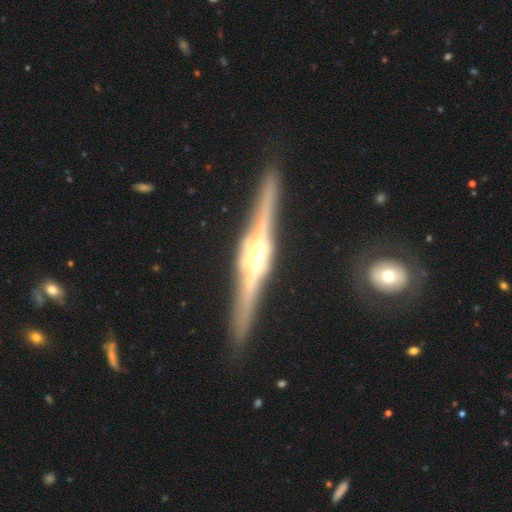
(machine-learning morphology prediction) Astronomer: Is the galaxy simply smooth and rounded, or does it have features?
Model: featured or disk — 90%.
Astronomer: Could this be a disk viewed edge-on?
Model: yes — 98%.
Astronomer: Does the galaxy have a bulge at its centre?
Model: rounded — 66%.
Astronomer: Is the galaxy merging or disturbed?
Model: none — 91%.